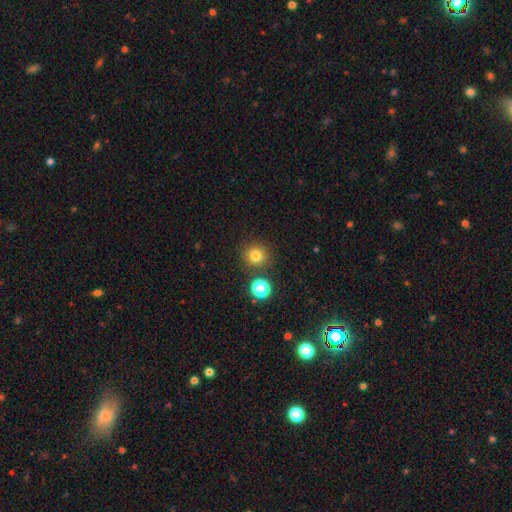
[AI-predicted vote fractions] Smooth or featured?
  - smooth: 79% *
  - star or artifact: 15%
  - featured or disk: 6%
How rounded?
  - round: 93% *
  - in between: 6%
  - cigar-shaped: 1%
Merging?
  - none: 85% *
  - minor disturbance: 7%
  - merger: 6%
  - major disturbance: 3%